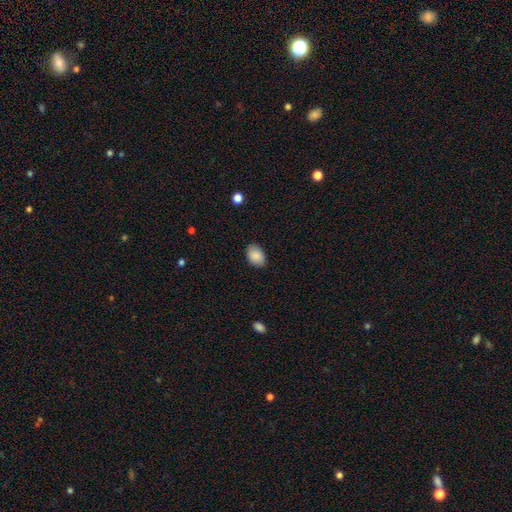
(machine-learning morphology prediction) Smooth or featured?
  - smooth: 88% *
  - star or artifact: 7%
  - featured or disk: 4%
How rounded?
  - in between: 83% *
  - round: 16%
  - cigar-shaped: 1%
Merging?
  - none: 83% *
  - minor disturbance: 14%
  - major disturbance: 2%
  - merger: 1%